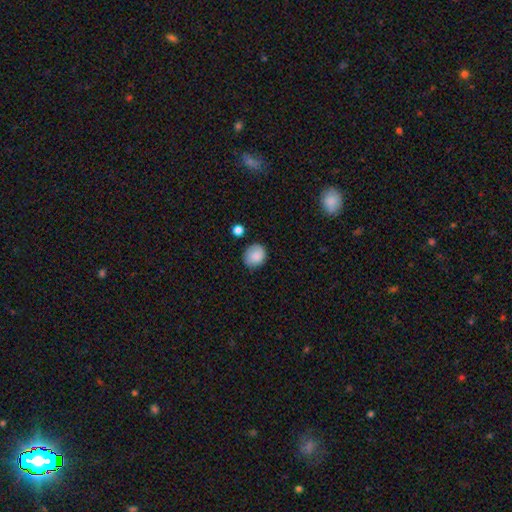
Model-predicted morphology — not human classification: smooth 87%, star or artifact 8%, featured or disk 5%. Down the decision tree: how rounded — round (76%); merging — none (78%).